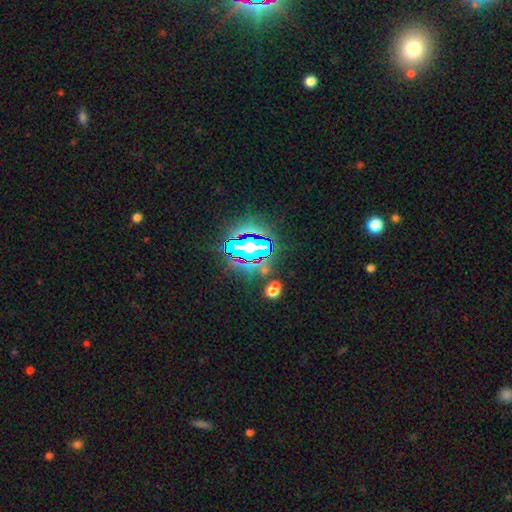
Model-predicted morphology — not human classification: The model was most divided on "smooth or featured": star or artifact: 79%, smooth: 12%, featured or disk: 9%.